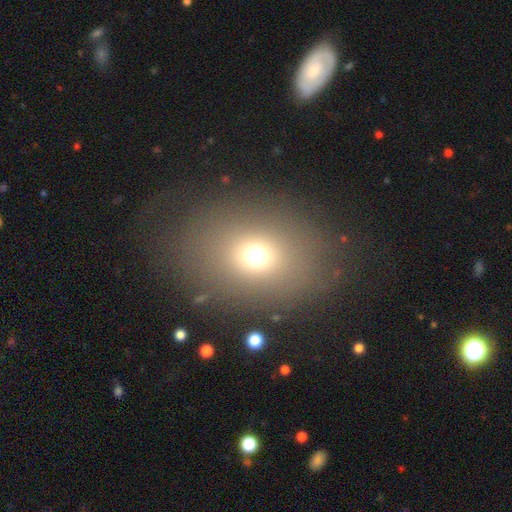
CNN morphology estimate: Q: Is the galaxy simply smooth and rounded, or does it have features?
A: smooth — 68%.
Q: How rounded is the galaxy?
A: round — 50%.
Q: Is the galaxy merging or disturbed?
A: none — 80%.